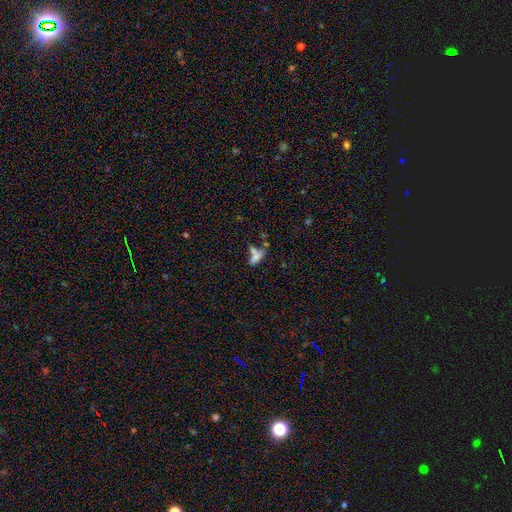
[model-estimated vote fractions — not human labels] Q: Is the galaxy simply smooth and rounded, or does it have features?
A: smooth — 64%.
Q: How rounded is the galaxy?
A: in between — 54%.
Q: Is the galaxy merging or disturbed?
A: merger — 44%.